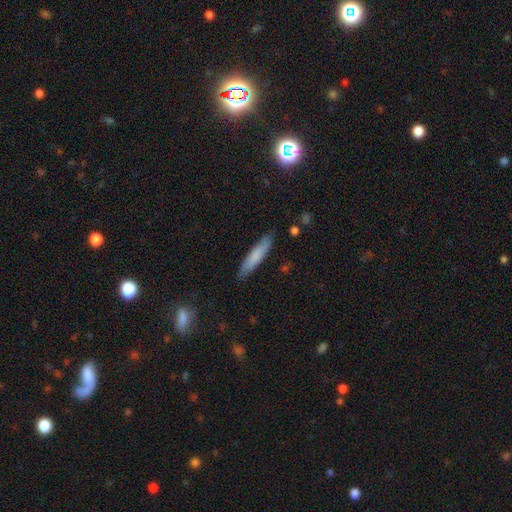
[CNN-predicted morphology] smooth-or-featured: smooth: 74% | featured or disk: 20% | star or artifact: 6%
  how-rounded: cigar-shaped: 85% | in between: 13% | round: 1%
  merging: none: 84% | minor disturbance: 13% | major disturbance: 2% | merger: 1%